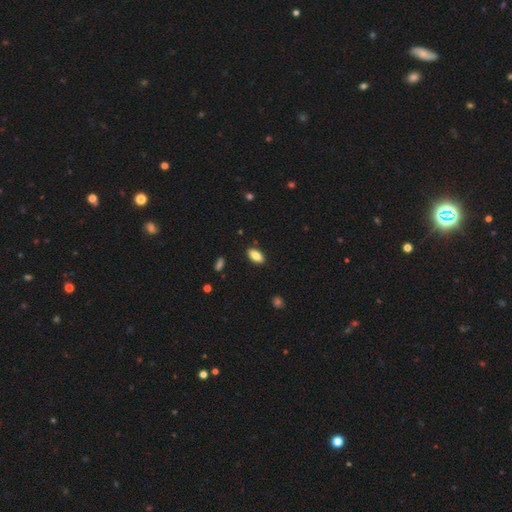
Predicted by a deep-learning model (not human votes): Smooth or featured? Predicted: smooth (p=0.83). How rounded? Predicted: in between (p=0.91). Merging? Predicted: none (p=0.88).